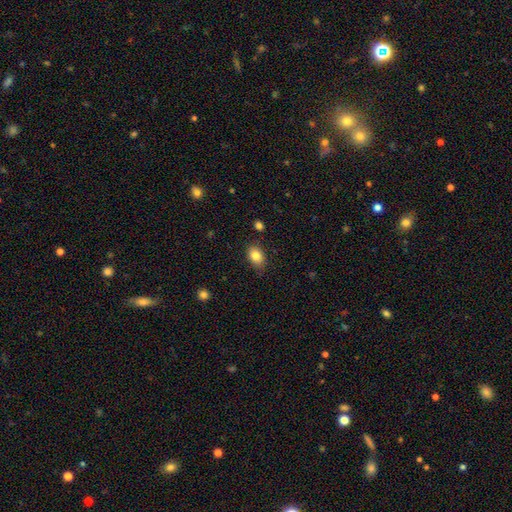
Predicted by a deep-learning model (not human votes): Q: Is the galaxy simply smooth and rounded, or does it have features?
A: smooth — 84%.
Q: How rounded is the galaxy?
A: in between — 77%.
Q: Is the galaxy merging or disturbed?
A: none — 78%.